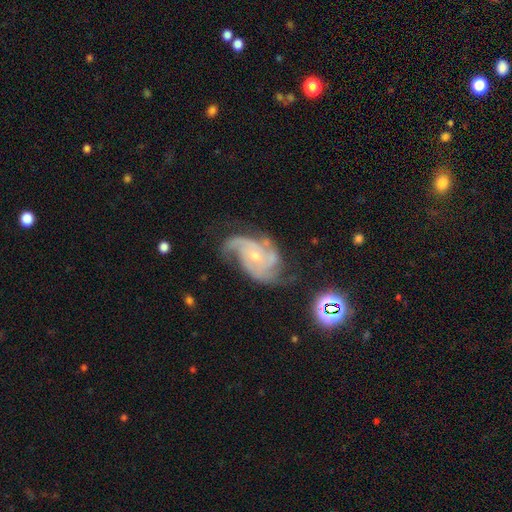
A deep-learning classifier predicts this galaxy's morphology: Smooth or featured? Predicted: featured or disk (p=0.87). Edge-on disk? Predicted: no (p=0.98). Bar? Predicted: no (p=0.73). Spiral arms? Predicted: yes (p=0.97). Spiral winding? Predicted: medium (p=0.46). Spiral arm count? Predicted: 3 (p=0.48). Bulge size? Predicted: small (p=0.63). Merging? Predicted: none (p=0.55).